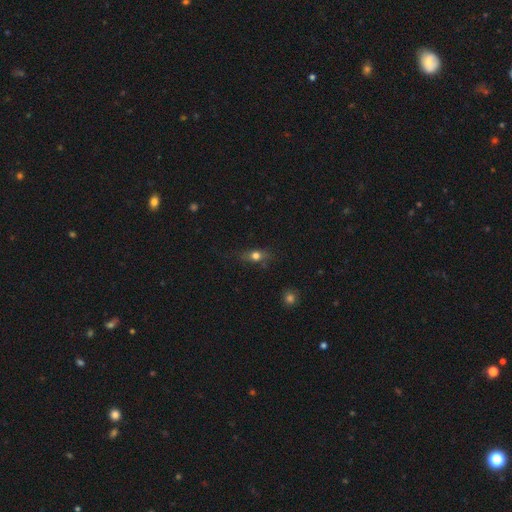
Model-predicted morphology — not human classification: Smooth or featured: smooth — 68% (featured or disk — 20%)
How rounded: in between — 60% (round — 23%)
Merging: none — 72% (minor disturbance — 19%)